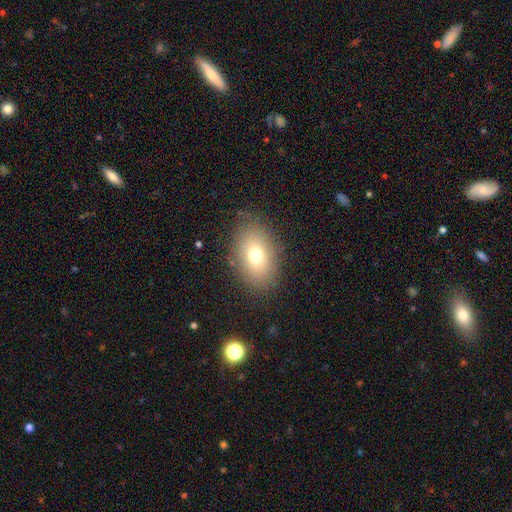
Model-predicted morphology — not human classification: Smooth or featured?
  - smooth: 73% *
  - featured or disk: 15%
  - star or artifact: 12%
How rounded?
  - in between: 83% *
  - round: 16%
  - cigar-shaped: 1%
Merging?
  - none: 84% *
  - minor disturbance: 10%
  - major disturbance: 4%
  - merger: 1%